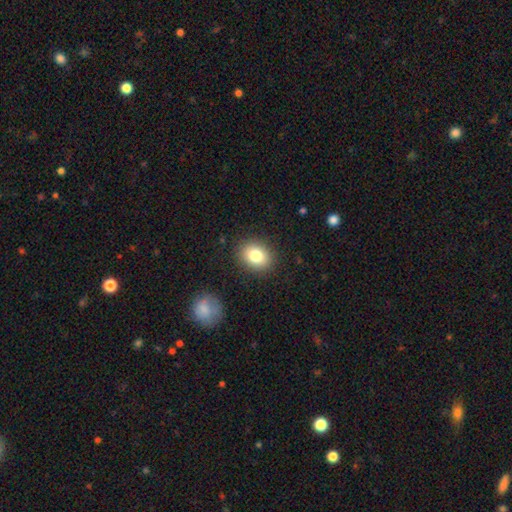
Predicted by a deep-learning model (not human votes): Overall: smooth (81%). How rounded: in between (50%; round 49%). Merging: none (88%).